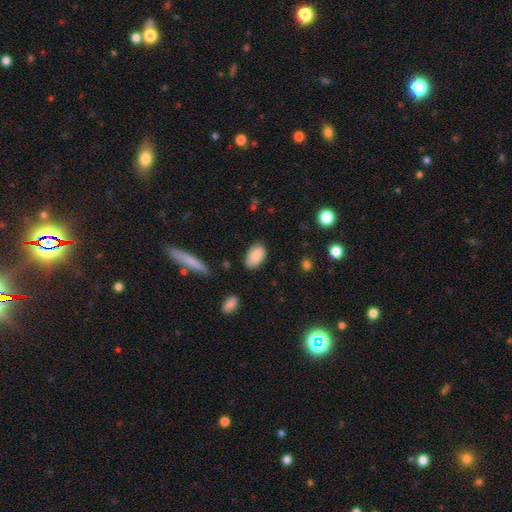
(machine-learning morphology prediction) Smooth or featured? smooth (85%)
How rounded? in between (93%)
Merging? none (78%)